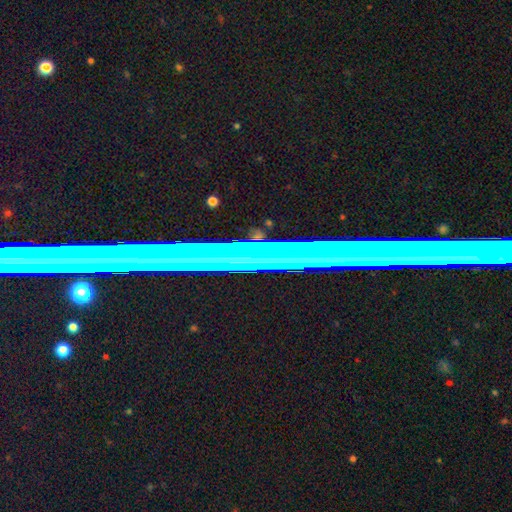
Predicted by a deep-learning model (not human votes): Q: Smooth or featured?
A: star or artifact (60%); runner-up: featured or disk (28%)